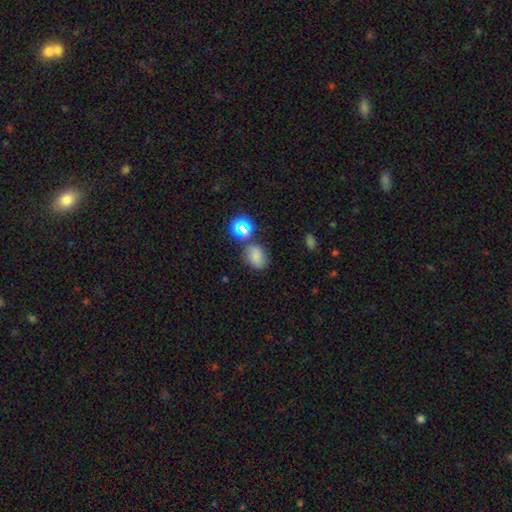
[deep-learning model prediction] Q: Smooth or featured?
A: smooth (69%); runner-up: star or artifact (21%)
Q: How rounded?
A: in between (59%); runner-up: round (40%)
Q: Merging?
A: none (69%); runner-up: minor disturbance (16%)